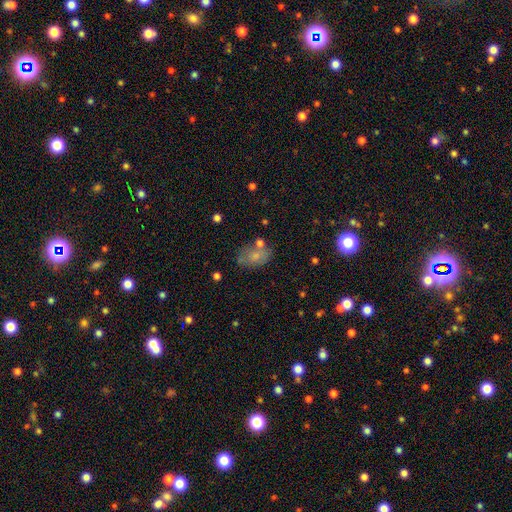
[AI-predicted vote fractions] Smooth or featured? smooth (70%)
How rounded? in between (82%)
Merging? none (60%)